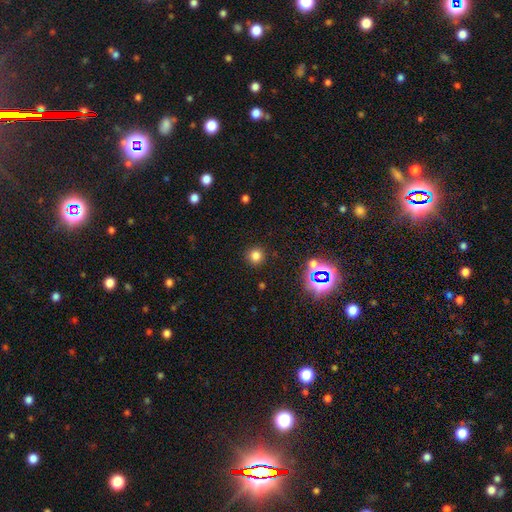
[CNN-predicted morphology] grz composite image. It shows a smooth galaxy with no disk features (75%) that is round (93%). Merging: none (90%).